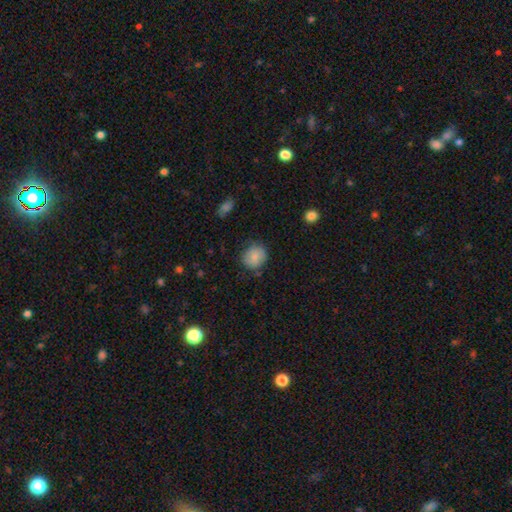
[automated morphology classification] A smooth galaxy with no disk features (81%) that is round (80%).

Vote fractions:
- Smooth or featured? smooth: 81% / featured or disk: 11% / star or artifact: 8%
- How rounded? round: 80% / in between: 19% / cigar-shaped: 1%
- Merging? none: 74% / minor disturbance: 19% / major disturbance: 4% / merger: 2%